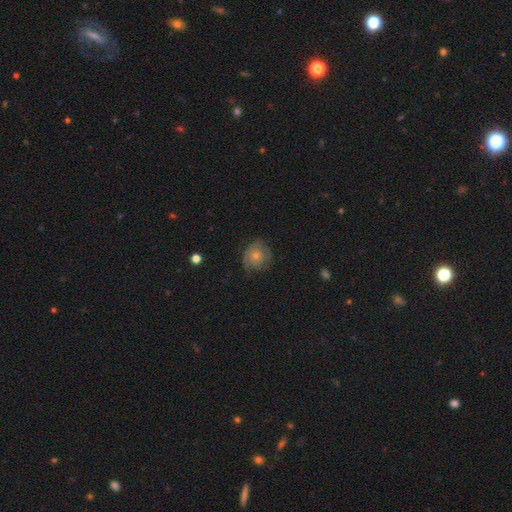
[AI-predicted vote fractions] Q: Smooth or featured?
A: smooth (49%); runner-up: featured or disk (43%)
Q: Merging?
A: none (62%); runner-up: minor disturbance (26%)